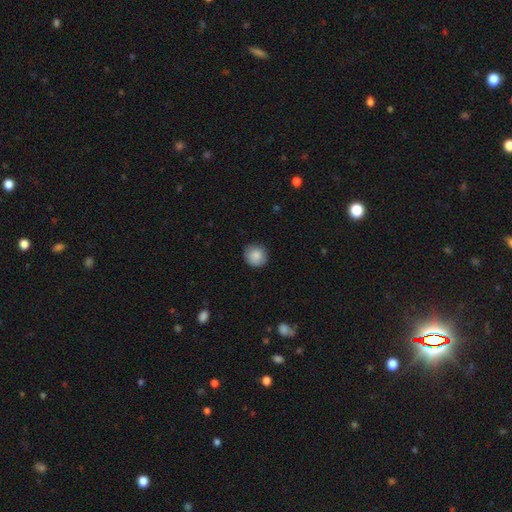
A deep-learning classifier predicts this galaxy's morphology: A smooth galaxy with no disk features (86%) that is round (89%).

Vote fractions:
- Smooth or featured? smooth: 86% / star or artifact: 7% / featured or disk: 6%
- How rounded? round: 89% / in between: 10% / cigar-shaped: 1%
- Merging? none: 86% / minor disturbance: 11% / major disturbance: 2% / merger: 1%